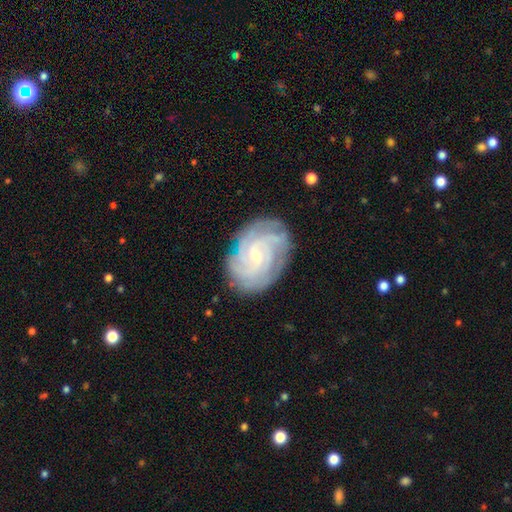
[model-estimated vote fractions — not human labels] smooth_or_featured: featured or disk (p=0.87) [alt: smooth p=0.08]
disk_edge_on: no (p=0.97) [alt: yes p=0.03]
bar: no (p=0.61) [alt: weak p=0.33]
has_spiral_arms: yes (p=0.98) [alt: no p=0.02]
spiral_winding: tight (p=0.73) [alt: medium p=0.23]
spiral_arm_count: 4 (p=0.28) [alt: can't tell p=0.24]
bulge_size: small (p=0.70) [alt: moderate p=0.27]
merging: none (p=0.81) [alt: minor disturbance p=0.14]